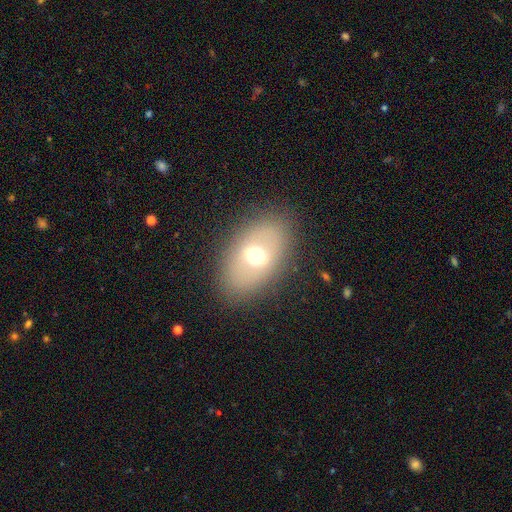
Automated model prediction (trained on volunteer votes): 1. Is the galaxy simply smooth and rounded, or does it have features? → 54% smooth, 34% featured or disk, 12% star or artifact.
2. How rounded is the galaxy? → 80% in between, 18% round, 2% cigar-shaped.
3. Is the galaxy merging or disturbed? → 84% none, 9% minor disturbance, 5% major disturbance, 1% merger.